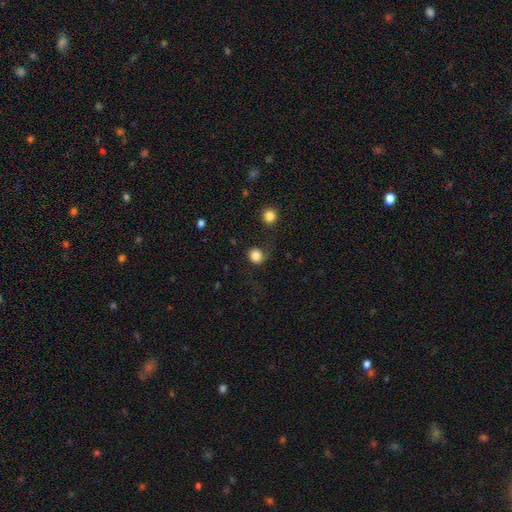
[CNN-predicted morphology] Overall: smooth (84%). How rounded: round (88%). Merging: none (71%).